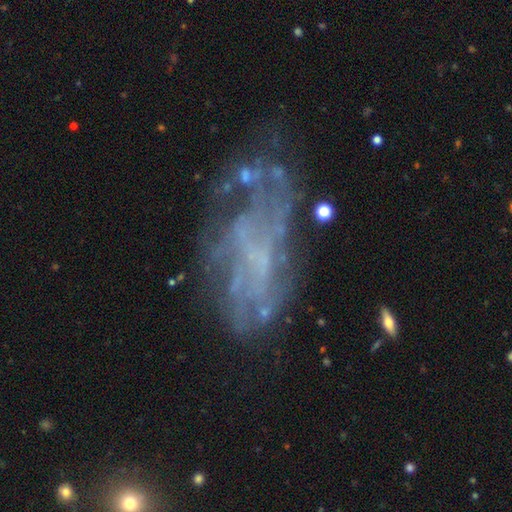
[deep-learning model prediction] A featured or disk galaxy (69%) with no bar (69%), no spiral arms (51%) and no central bulge (69%). Merging: none (50%).